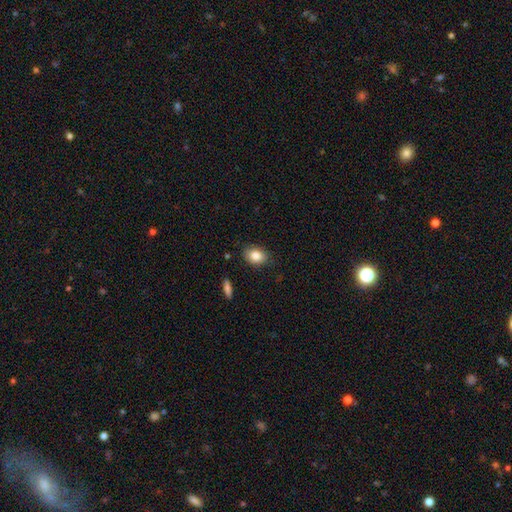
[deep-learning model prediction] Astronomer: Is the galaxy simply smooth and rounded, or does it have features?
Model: smooth — 84%.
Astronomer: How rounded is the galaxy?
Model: in between — 71%.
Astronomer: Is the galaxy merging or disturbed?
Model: none — 82%.